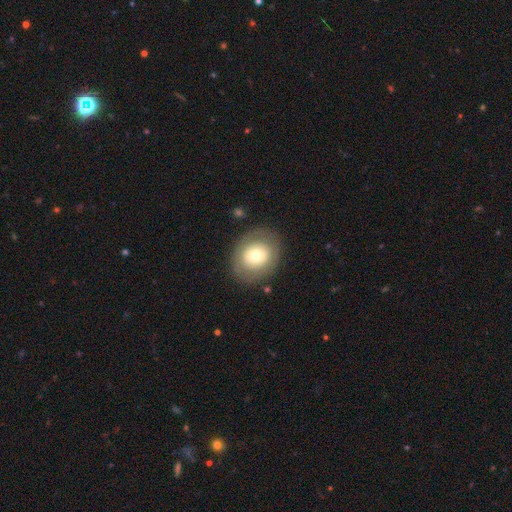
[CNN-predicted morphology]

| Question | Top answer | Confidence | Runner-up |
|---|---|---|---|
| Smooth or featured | smooth | 65% | featured or disk (27%) |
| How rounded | round | 61% | in between (39%) |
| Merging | none | 83% | minor disturbance (11%) |